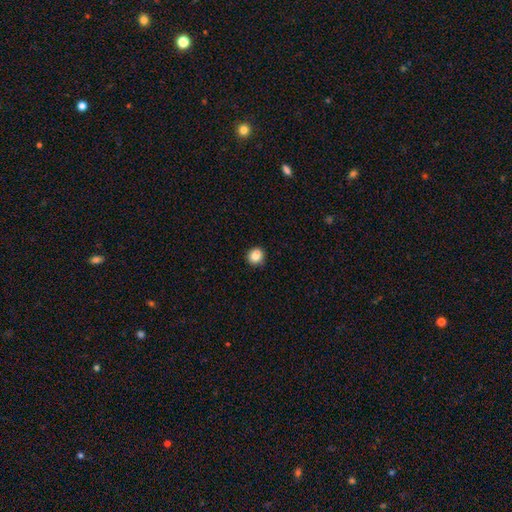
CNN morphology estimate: A smooth galaxy with no disk features (85%) that is round (82%).

Vote fractions:
- Smooth or featured? smooth: 85% / star or artifact: 10% / featured or disk: 5%
- How rounded? round: 82% / in between: 17% / cigar-shaped: 1%
- Merging? none: 83% / minor disturbance: 12% / merger: 3% / major disturbance: 2%